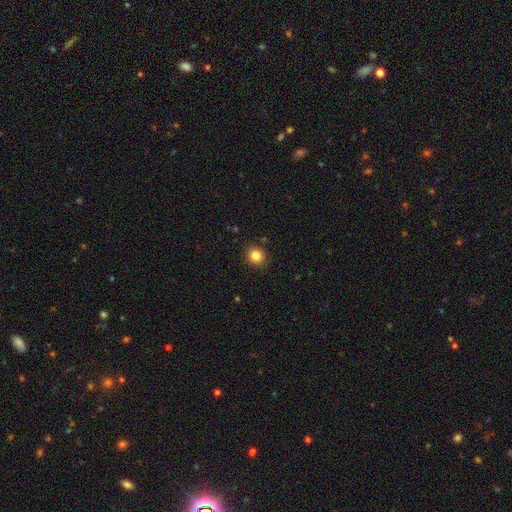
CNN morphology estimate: Q: Smooth or featured?
A: smooth (84%); runner-up: star or artifact (11%)
Q: How rounded?
A: round (87%); runner-up: in between (12%)
Q: Merging?
A: none (89%); runner-up: minor disturbance (7%)